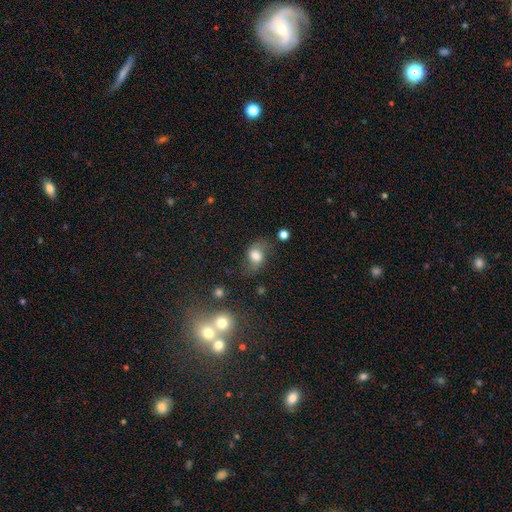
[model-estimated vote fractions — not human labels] Q: Smooth or featured?
A: smooth (69%); runner-up: featured or disk (20%)
Q: How rounded?
A: in between (71%); runner-up: round (28%)
Q: Merging?
A: none (54%); runner-up: minor disturbance (27%)